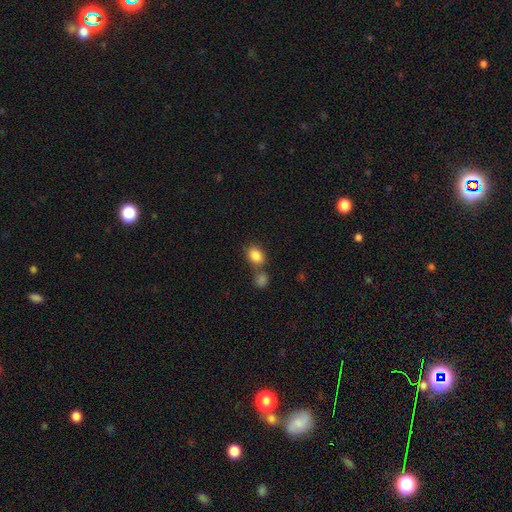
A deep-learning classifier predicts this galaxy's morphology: This is clearly a smooth galaxy (85%). How rounded: likely in between (63%). Merging: possibly none (53%).